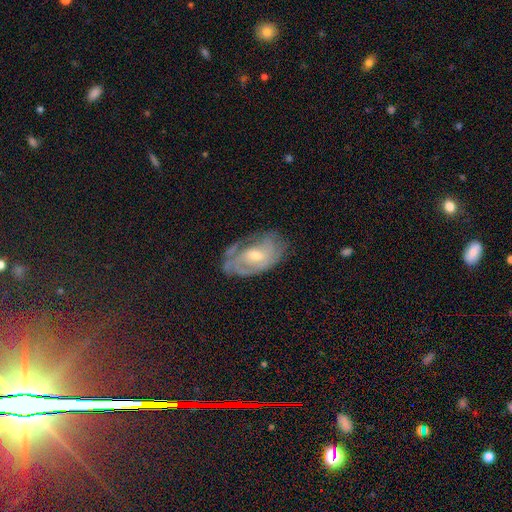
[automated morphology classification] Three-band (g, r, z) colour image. It shows a featured or disk galaxy (72%) with no bar (61%), tight (59%) spiral arms (81%) and a moderate central bulge (55%). Merging: none (61%).